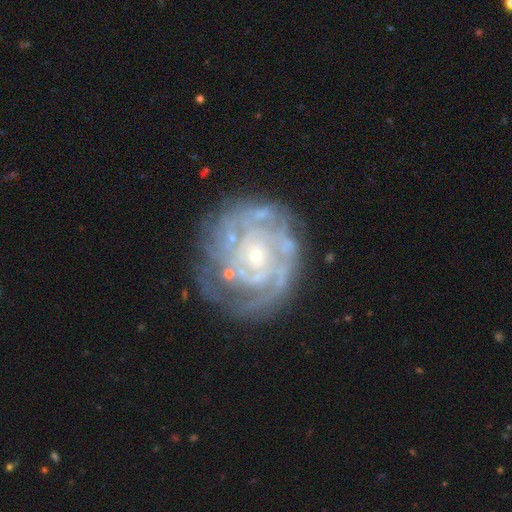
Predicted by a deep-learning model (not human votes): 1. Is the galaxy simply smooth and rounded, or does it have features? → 85% featured or disk, 9% smooth, 6% star or artifact.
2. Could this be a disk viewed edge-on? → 97% no, 3% yes.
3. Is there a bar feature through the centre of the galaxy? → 78% no, 17% weak, 5% strong.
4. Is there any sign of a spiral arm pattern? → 90% yes, 10% no.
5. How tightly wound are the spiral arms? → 73% tight, 22% medium, 6% loose.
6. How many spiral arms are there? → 39% can't tell, 18% 2, 17% 3, 12% 4, 8% more than 4, 6% 1.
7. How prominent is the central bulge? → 76% small, 19% moderate, 2% none, 2% large, 1% dominant.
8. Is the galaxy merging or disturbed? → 69% none, 18% minor disturbance, 10% major disturbance, 3% merger.